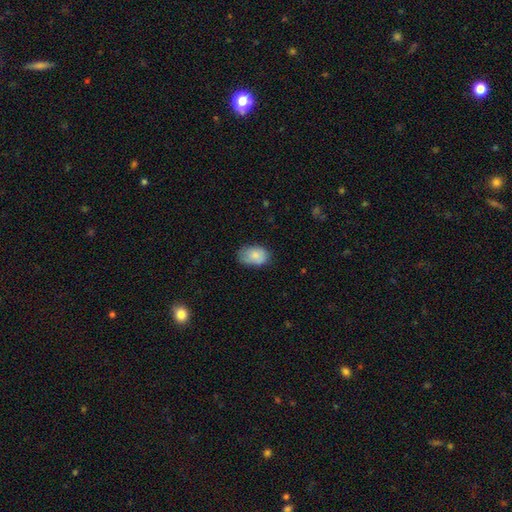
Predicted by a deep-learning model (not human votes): smooth 83%, featured or disk 10%, star or artifact 7%. Down the decision tree: how rounded — in between (85%); merging — none (65%).